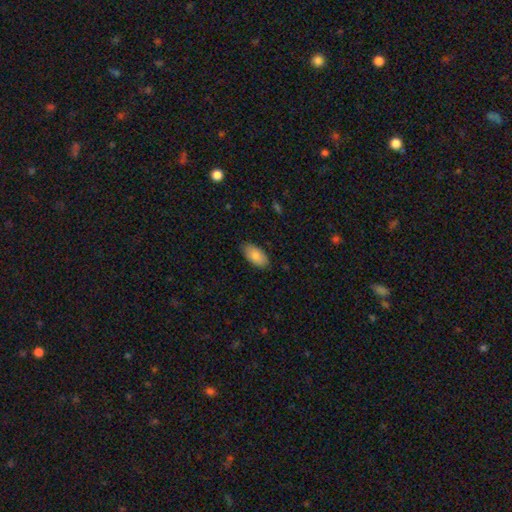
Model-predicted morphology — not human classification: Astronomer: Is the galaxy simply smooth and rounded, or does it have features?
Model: smooth — 83%.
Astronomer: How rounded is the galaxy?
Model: in between — 95%.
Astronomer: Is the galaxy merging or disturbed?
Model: none — 85%.